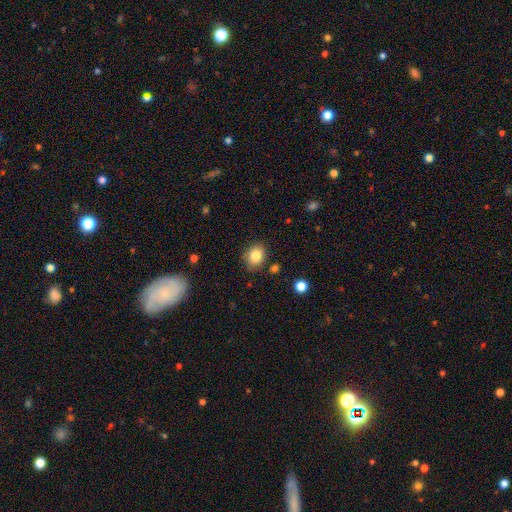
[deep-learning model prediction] smooth_or_featured: smooth (p=0.84) [alt: star or artifact p=0.10]
how_rounded: round (p=0.59) [alt: in between p=0.40]
merging: none (p=0.82) [alt: minor disturbance p=0.12]